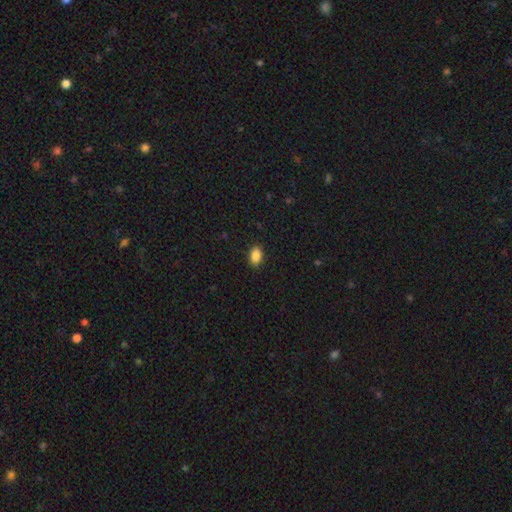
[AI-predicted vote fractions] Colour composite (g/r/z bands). It shows a smooth galaxy with no disk features (89%) that is in between round and cigar-shaped (88%). Merging: none (88%).